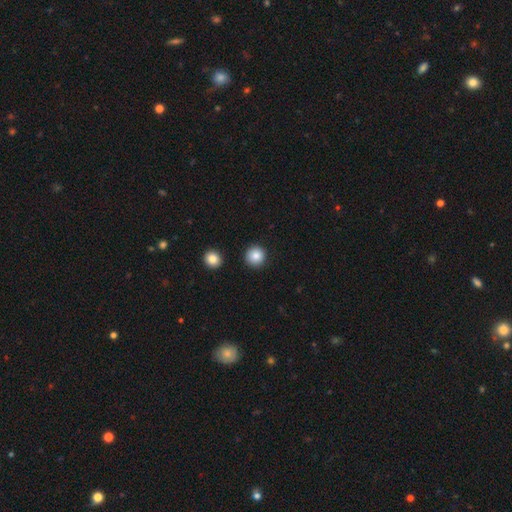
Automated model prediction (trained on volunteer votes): Smooth or featured?
  - smooth: 86% *
  - star or artifact: 9%
  - featured or disk: 5%
How rounded?
  - round: 95% *
  - in between: 4%
  - cigar-shaped: 1%
Merging?
  - none: 91% *
  - minor disturbance: 5%
  - merger: 2%
  - major disturbance: 2%